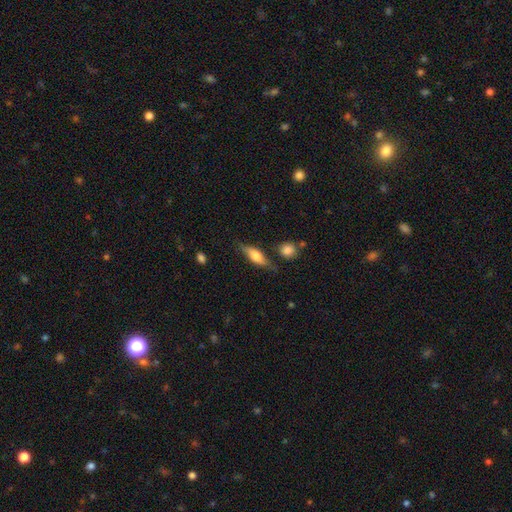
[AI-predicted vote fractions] The model was most divided on "smooth or featured": smooth: 52%, featured or disk: 41%, star or artifact: 7%. More confident: merging — none (72%); how rounded — in between (54%).